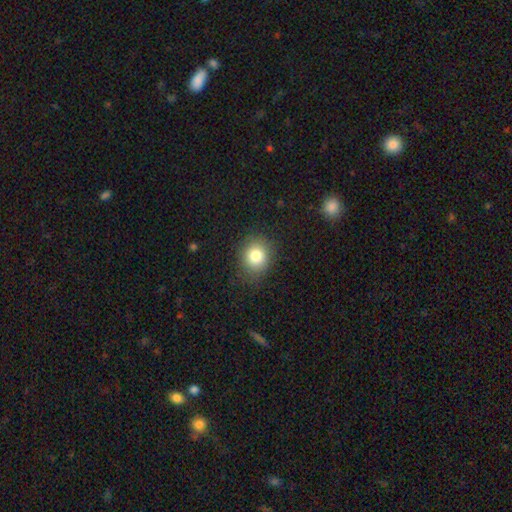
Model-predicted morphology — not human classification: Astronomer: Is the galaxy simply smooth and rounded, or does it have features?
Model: smooth — 81%.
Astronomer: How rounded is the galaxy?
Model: round — 76%.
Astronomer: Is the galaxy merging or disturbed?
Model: none — 85%.